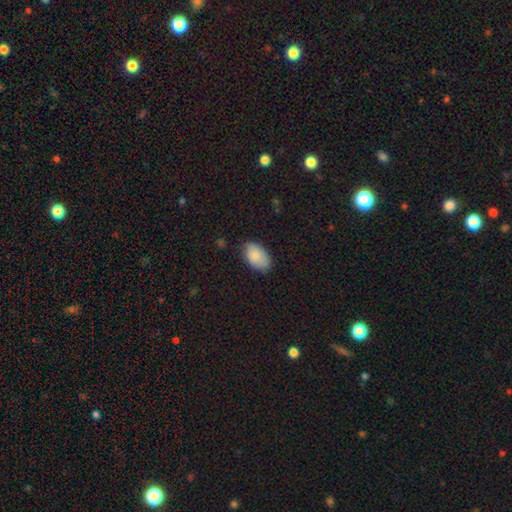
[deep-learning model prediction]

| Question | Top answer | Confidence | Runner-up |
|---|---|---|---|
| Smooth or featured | smooth | 86% | featured or disk (7%) |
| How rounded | in between | 92% | round (6%) |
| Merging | none | 72% | minor disturbance (23%) |